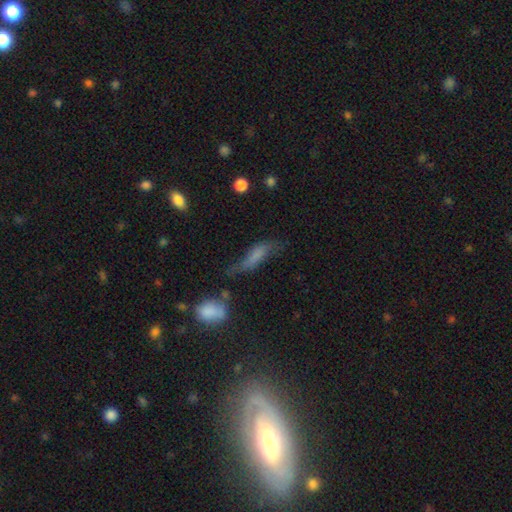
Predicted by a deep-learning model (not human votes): smooth_or_featured: smooth (p=0.62) [alt: featured or disk p=0.26]
how_rounded: cigar-shaped (p=0.57) [alt: in between p=0.39]
merging: none (p=0.38) [alt: minor disturbance p=0.27]